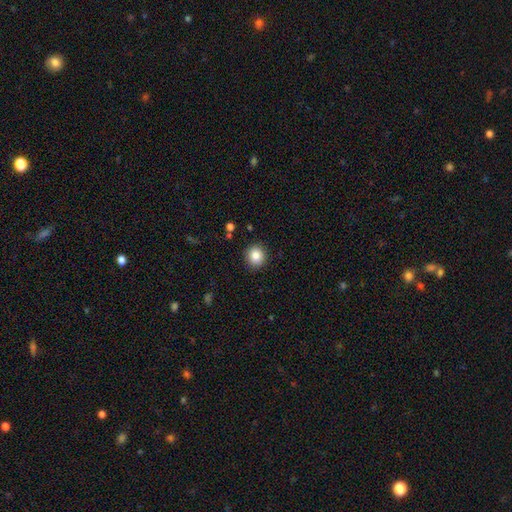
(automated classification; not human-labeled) Smooth or featured? smooth (85%)
How rounded? round (89%)
Merging? none (91%)